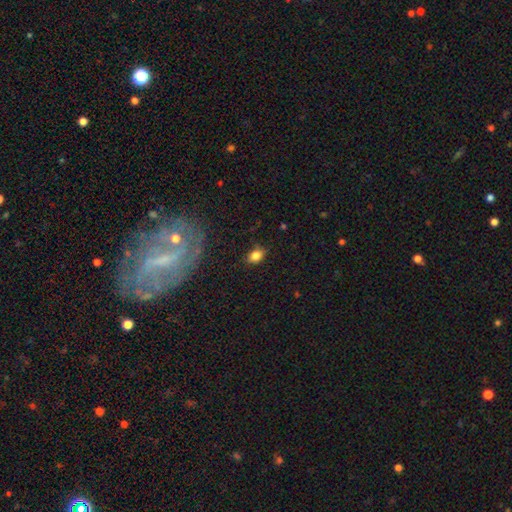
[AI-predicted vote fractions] Smooth or featured? smooth (82%)
How rounded? in between (74%)
Merging? none (78%)